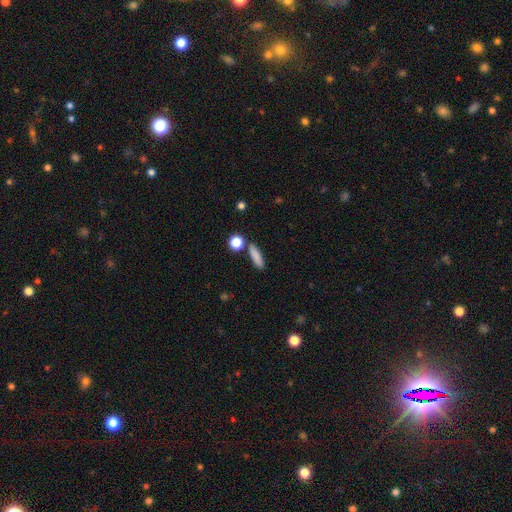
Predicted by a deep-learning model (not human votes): smooth_or_featured: smooth (p=0.84) [alt: star or artifact p=0.08]
how_rounded: cigar-shaped (p=0.62) [alt: in between p=0.32]
merging: none (p=0.82) [alt: minor disturbance p=0.09]